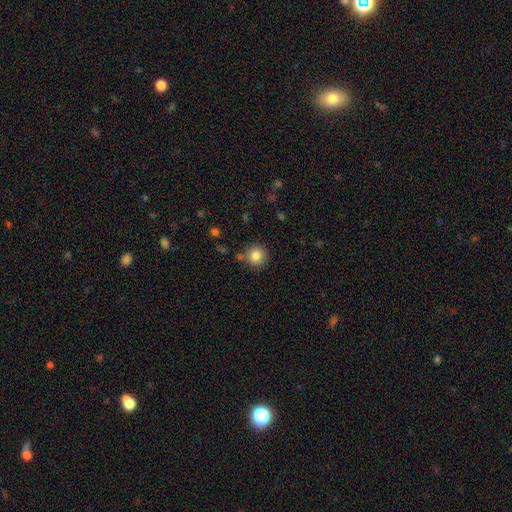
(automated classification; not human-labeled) smooth_or_featured: smooth (p=0.83) [alt: star or artifact p=0.11]
how_rounded: round (p=0.93) [alt: in between p=0.06]
merging: none (p=0.83) [alt: minor disturbance p=0.09]